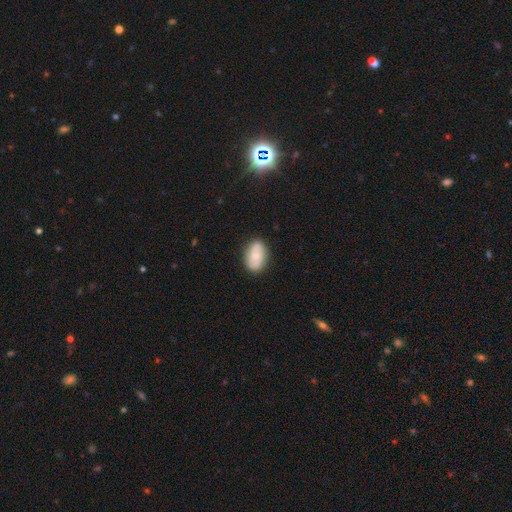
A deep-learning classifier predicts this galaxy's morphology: Smooth or featured: smooth — 70% (featured or disk — 23%)
How rounded: in between — 89% (round — 10%)
Merging: none — 81% (minor disturbance — 14%)